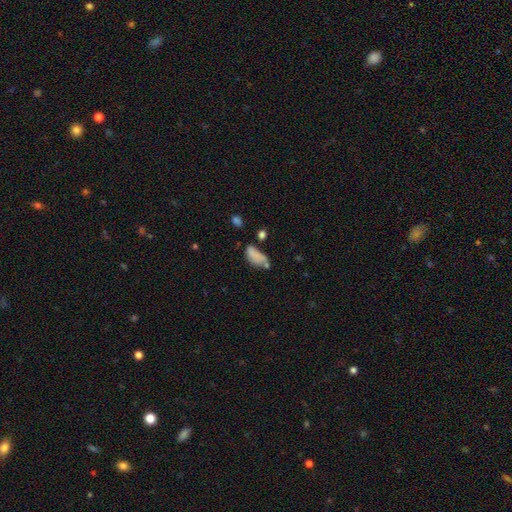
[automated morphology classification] Smooth or featured?
  - smooth: 74% *
  - featured or disk: 15%
  - star or artifact: 11%
How rounded?
  - in between: 88% *
  - cigar-shaped: 7%
  - round: 5%
Merging?
  - none: 33% *
  - minor disturbance: 26%
  - merger: 21%
  - major disturbance: 19%